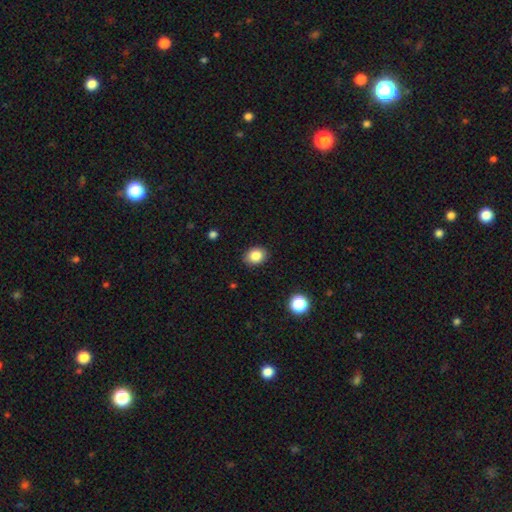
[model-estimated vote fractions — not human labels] smooth 85%, star or artifact 10%, featured or disk 5%. Down the decision tree: how rounded — in between (51%); merging — none (88%).